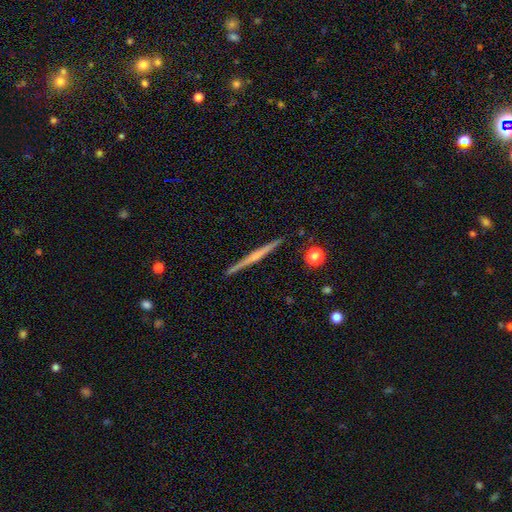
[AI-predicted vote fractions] Smooth or featured? featured or disk (73%)
Edge-on disk? yes (98%)
Edge-on bulge? rounded (56%)
Merging? none (92%)